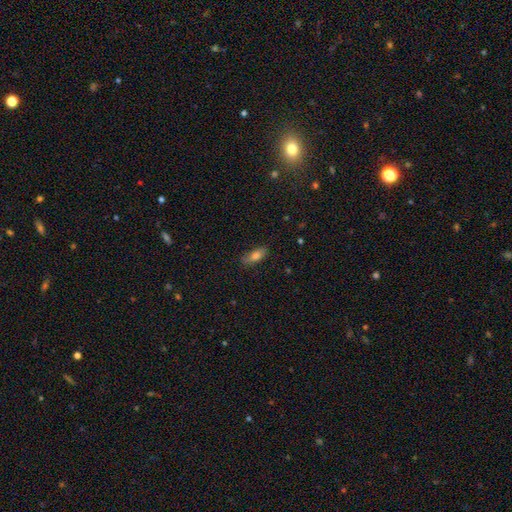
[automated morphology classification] Smooth or featured: smooth — 75% (featured or disk — 17%)
How rounded: in between — 73% (cigar-shaped — 23%)
Merging: none — 77% (minor disturbance — 18%)